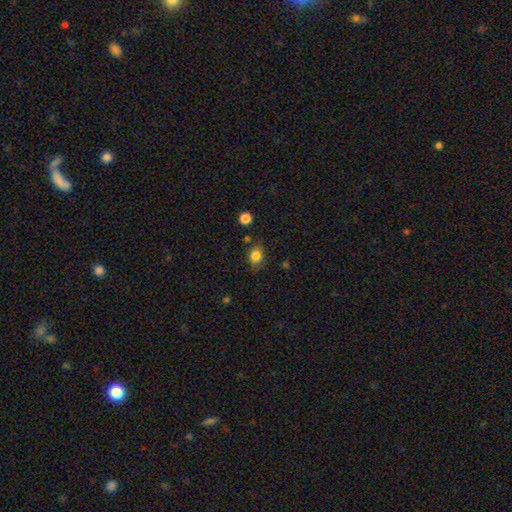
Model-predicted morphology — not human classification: This appears to be a smooth galaxy with no disk features (83%) that is round (53%). Merging: none (75%).